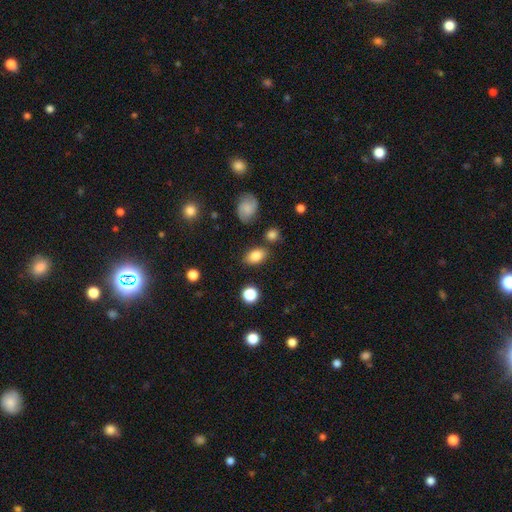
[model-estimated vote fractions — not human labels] A smooth galaxy with no disk features (83%) that is in between round and cigar-shaped (87%).

Vote fractions:
- Smooth or featured? smooth: 83% / star or artifact: 9% / featured or disk: 8%
- How rounded? in between: 87% / round: 11% / cigar-shaped: 2%
- Merging? none: 80% / minor disturbance: 12% / merger: 5% / major disturbance: 3%